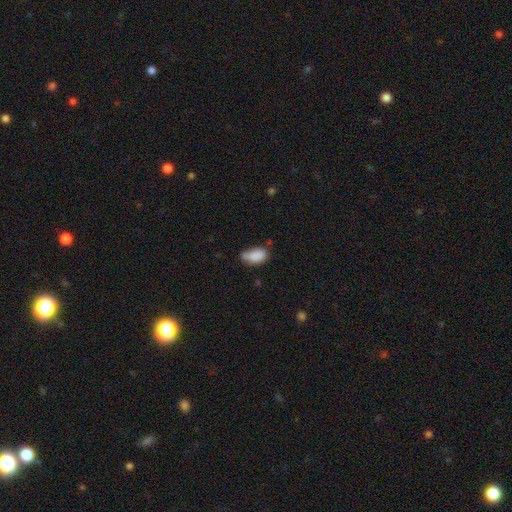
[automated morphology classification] Smooth or featured? smooth (85%)
How rounded? in between (90%)
Merging? none (49%)